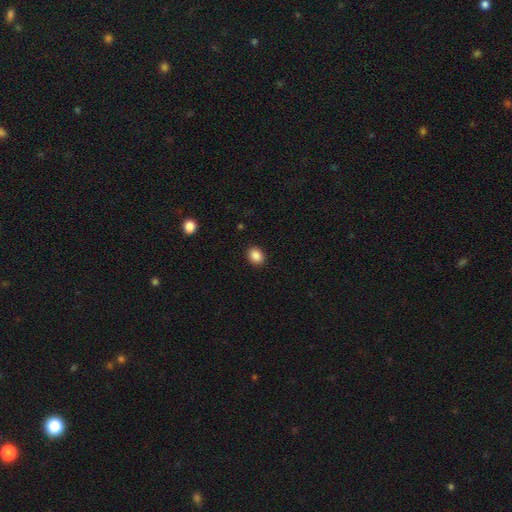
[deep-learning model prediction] This appears to be a smooth galaxy with no disk features (88%) that is in between round and cigar-shaped (60%). Merging: none (90%).